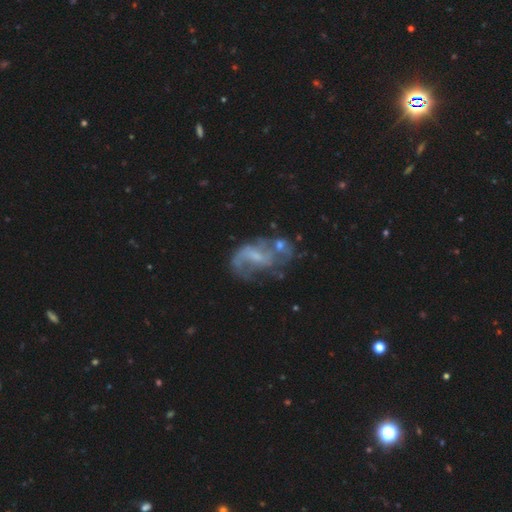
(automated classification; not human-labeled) Smooth or featured? featured or disk (72%)
Edge-on disk? no (96%)
Bar? weak (46%)
Spiral arms? yes (69%)
Bulge size? small (47%)
Merging? none (35%)